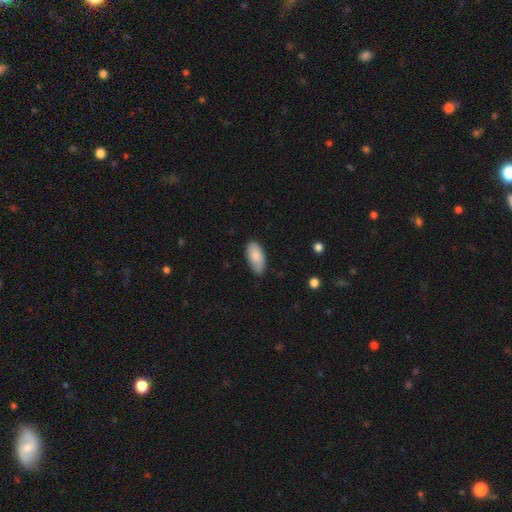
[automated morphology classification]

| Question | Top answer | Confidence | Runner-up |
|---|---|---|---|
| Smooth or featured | smooth | 85% | featured or disk (9%) |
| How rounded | in between | 93% | cigar-shaped (5%) |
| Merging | none | 74% | minor disturbance (21%) |